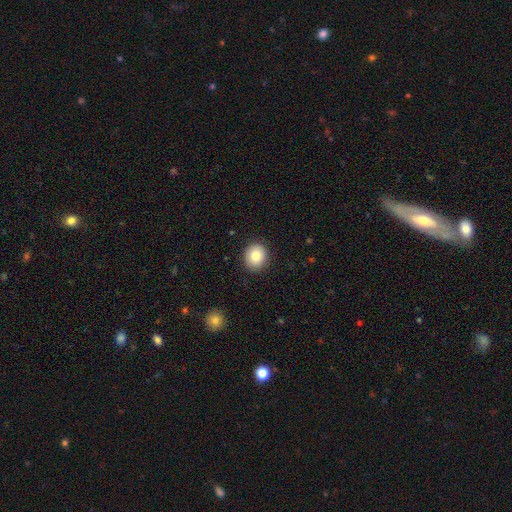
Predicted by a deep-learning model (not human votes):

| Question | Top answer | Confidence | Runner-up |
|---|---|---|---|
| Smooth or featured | smooth | 84% | star or artifact (8%) |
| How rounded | round | 77% | in between (23%) |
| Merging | none | 89% | minor disturbance (8%) |